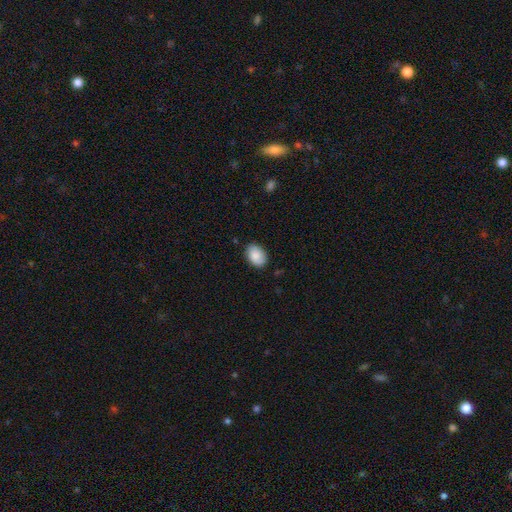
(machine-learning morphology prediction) This is clearly a smooth galaxy (89%). How rounded: clearly in between (84%). Merging: clearly none (85%).